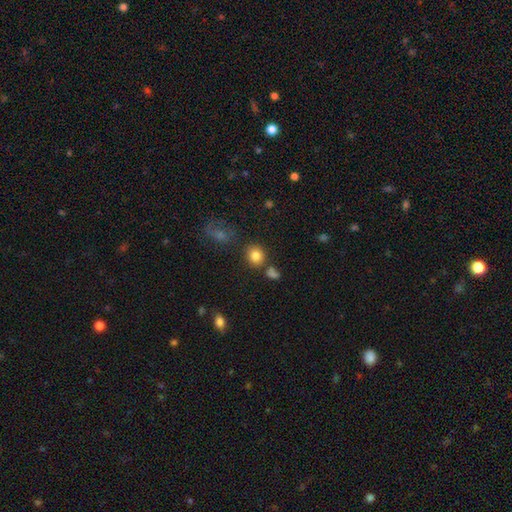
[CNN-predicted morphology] smooth_or_featured: smooth (p=0.83) [alt: star or artifact p=0.11]
how_rounded: round (p=0.80) [alt: in between p=0.19]
merging: none (p=0.74) [alt: merger p=0.11]